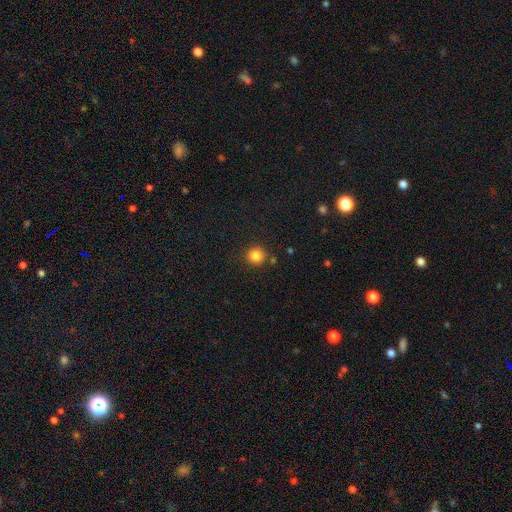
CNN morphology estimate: Smooth or featured?
  - smooth: 84% *
  - star or artifact: 11%
  - featured or disk: 4%
How rounded?
  - round: 93% *
  - in between: 6%
  - cigar-shaped: 1%
Merging?
  - none: 87% *
  - minor disturbance: 7%
  - merger: 4%
  - major disturbance: 2%